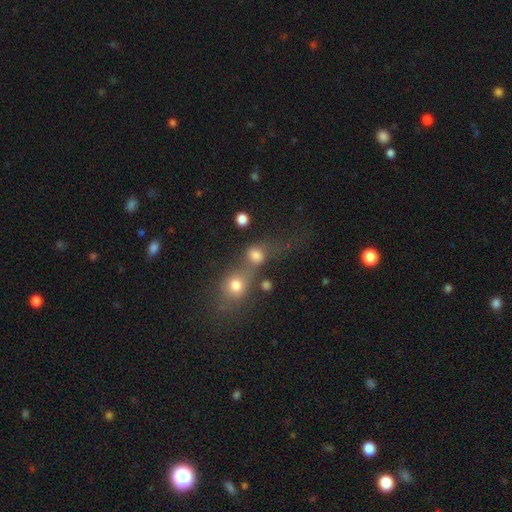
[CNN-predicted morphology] The model was most divided on "how rounded": round: 63%, in between: 34%, cigar-shaped: 3%. More confident: smooth or featured — smooth (68%); merging — merger (60%).